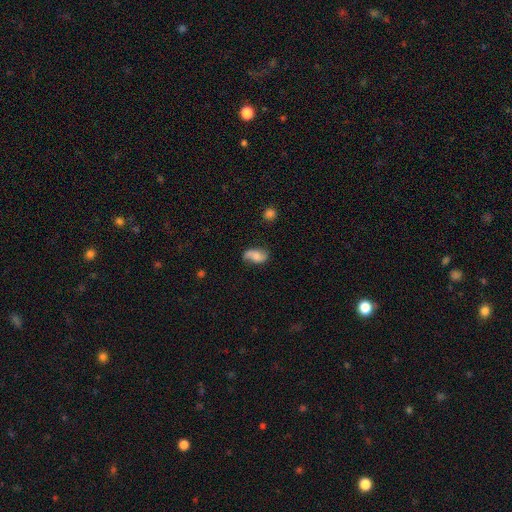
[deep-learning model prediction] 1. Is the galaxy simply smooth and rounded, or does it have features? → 48% smooth, 43% featured or disk, 9% star or artifact.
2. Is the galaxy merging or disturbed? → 59% none, 28% minor disturbance, 10% major disturbance, 3% merger.